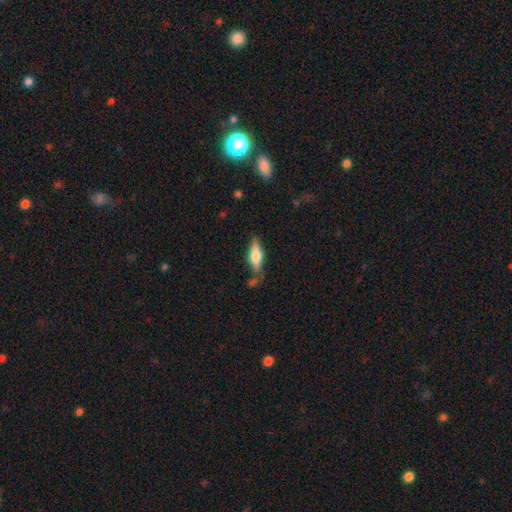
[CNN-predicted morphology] smooth-or-featured: smooth: 50% | featured or disk: 44% | star or artifact: 6%
  merging: none: 70% | minor disturbance: 17% | merger: 8% | major disturbance: 5%